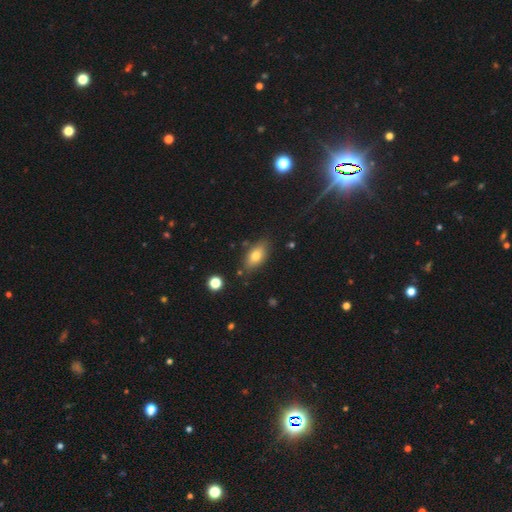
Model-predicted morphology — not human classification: Smooth or featured? Predicted: smooth (p=0.75). How rounded? Predicted: in between (p=0.86). Merging? Predicted: none (p=0.80).